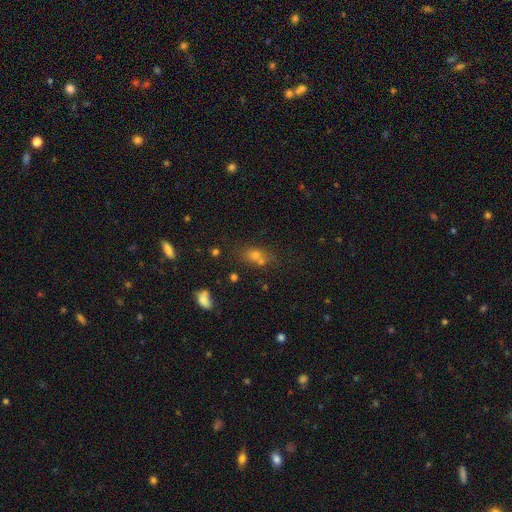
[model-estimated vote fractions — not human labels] Smooth or featured: smooth — 58% (star or artifact — 27%)
How rounded: in between — 51% (round — 42%)
Merging: none — 53% (merger — 28%)